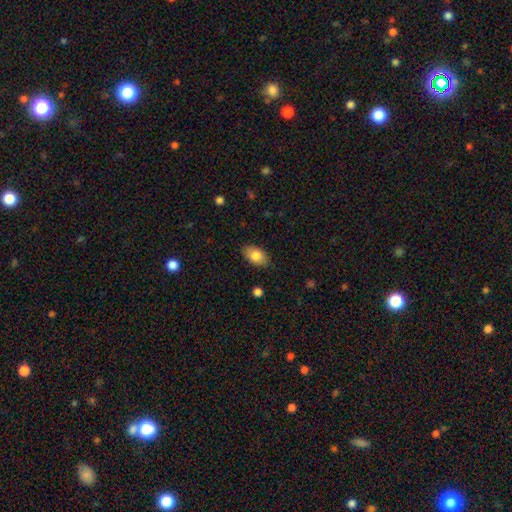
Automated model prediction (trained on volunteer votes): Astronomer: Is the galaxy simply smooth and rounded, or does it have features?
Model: smooth — 81%.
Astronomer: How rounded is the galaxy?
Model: in between — 91%.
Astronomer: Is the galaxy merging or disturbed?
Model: none — 84%.